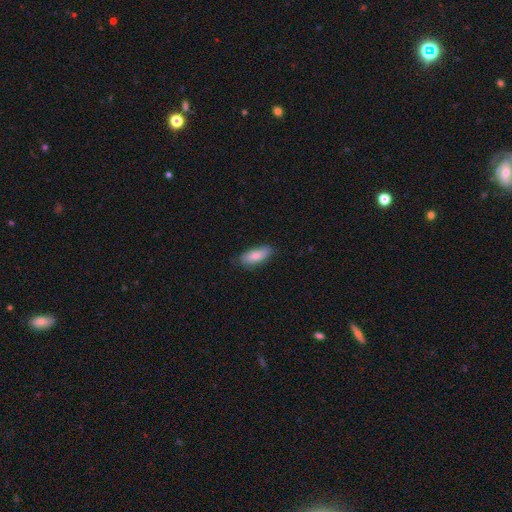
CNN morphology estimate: The model was most divided on "merging": none: 78%, minor disturbance: 18%, major disturbance: 3%, merger: 1%. More confident: smooth or featured — smooth (82%); how rounded — in between (80%).